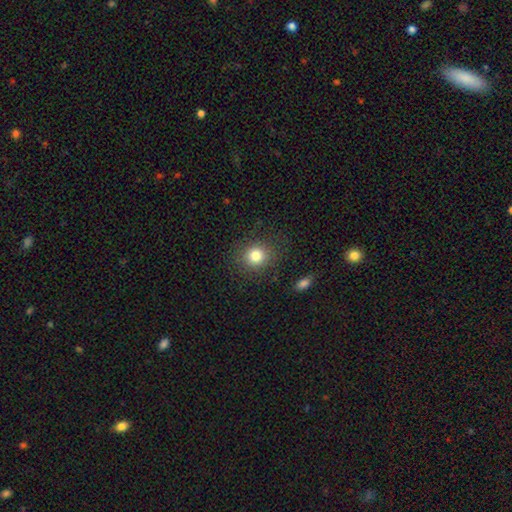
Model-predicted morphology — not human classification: smooth_or_featured: smooth (p=0.81) [alt: star or artifact p=0.11]
how_rounded: round (p=0.81) [alt: in between p=0.18]
merging: none (p=0.85) [alt: minor disturbance p=0.10]